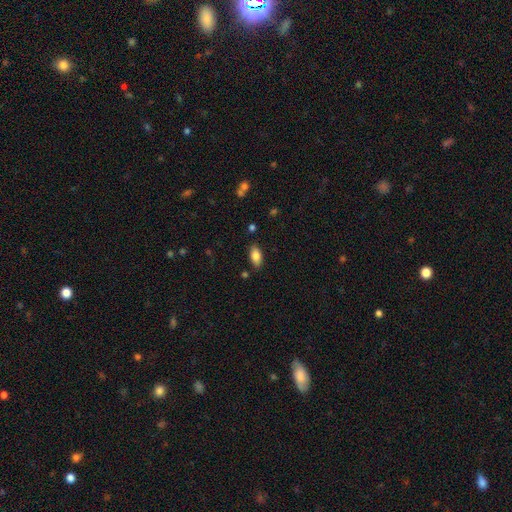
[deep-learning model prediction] Smooth or featured: smooth — 83% (featured or disk — 10%)
How rounded: in between — 90% (cigar-shaped — 7%)
Merging: none — 83% (minor disturbance — 12%)